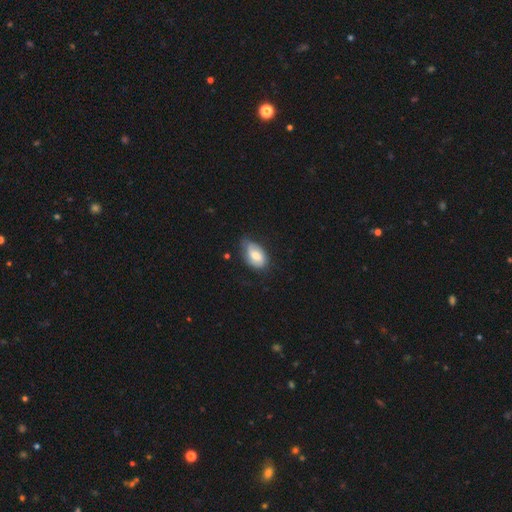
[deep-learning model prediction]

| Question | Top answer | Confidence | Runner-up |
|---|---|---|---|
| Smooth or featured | smooth | 53% | featured or disk (41%) |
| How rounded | in between | 92% | round (6%) |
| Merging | none | 55% | minor disturbance (34%) |